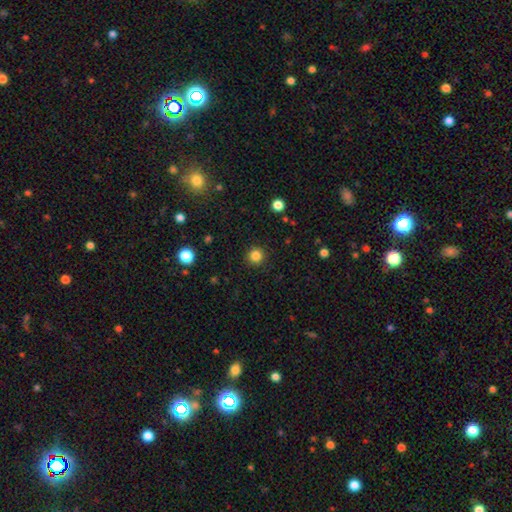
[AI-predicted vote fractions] Morphology: type=smooth (84%); roundness=round (95%); merging=none (92%).